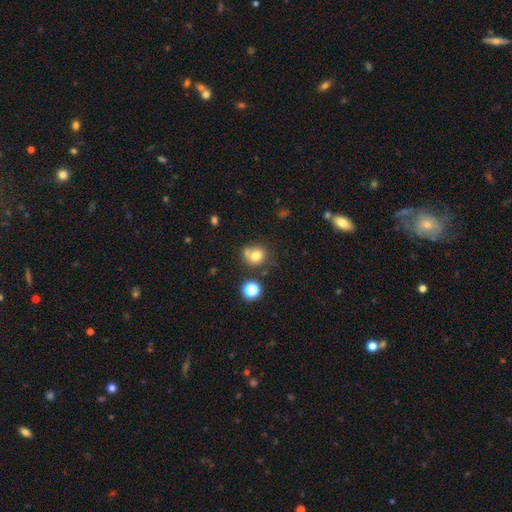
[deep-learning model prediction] A smooth galaxy with no disk features (74%) that is round (77%).

Vote fractions:
- Smooth or featured? smooth: 74% / star or artifact: 14% / featured or disk: 12%
- How rounded? round: 77% / in between: 22% / cigar-shaped: 1%
- Merging? none: 51% / merger: 25% / minor disturbance: 17% / major disturbance: 8%